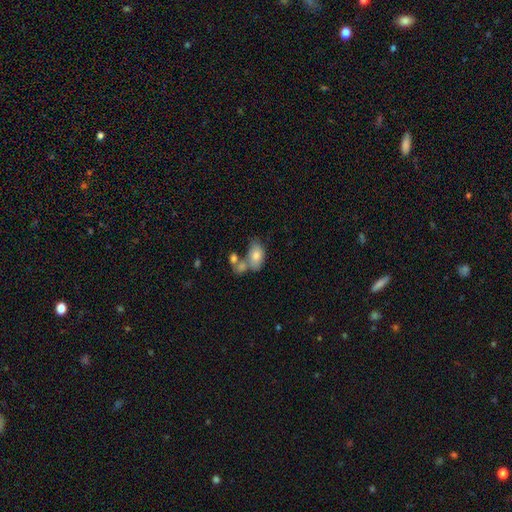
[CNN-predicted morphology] Smooth or featured?
  - smooth: 76% *
  - featured or disk: 17%
  - star or artifact: 8%
How rounded?
  - in between: 89% *
  - round: 9%
  - cigar-shaped: 2%
Merging?
  - merger: 41% *
  - none: 35%
  - minor disturbance: 16%
  - major disturbance: 8%